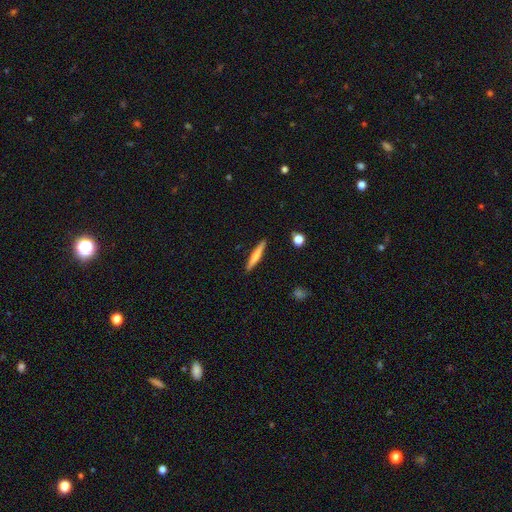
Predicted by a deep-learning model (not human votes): Smooth or featured?
  - smooth: 64% *
  - featured or disk: 30%
  - star or artifact: 6%
How rounded?
  - cigar-shaped: 93% *
  - in between: 6%
  - round: 1%
Merging?
  - none: 90% *
  - minor disturbance: 7%
  - major disturbance: 2%
  - merger: 1%